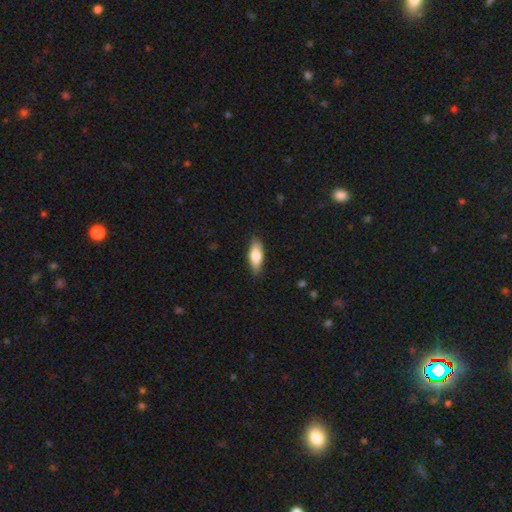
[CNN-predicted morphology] This appears to be a smooth galaxy with no disk features (78%) that is in between round and cigar-shaped (72%). Merging: none (84%).